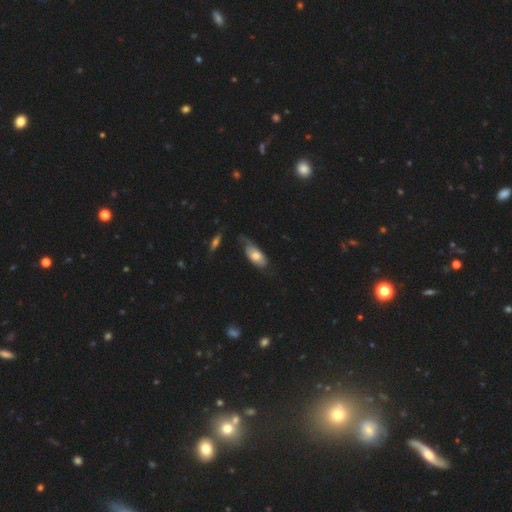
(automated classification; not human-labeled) smooth 58%, featured or disk 35%, star or artifact 7%. Down the decision tree: how rounded — in between (88%); merging — none (39%).